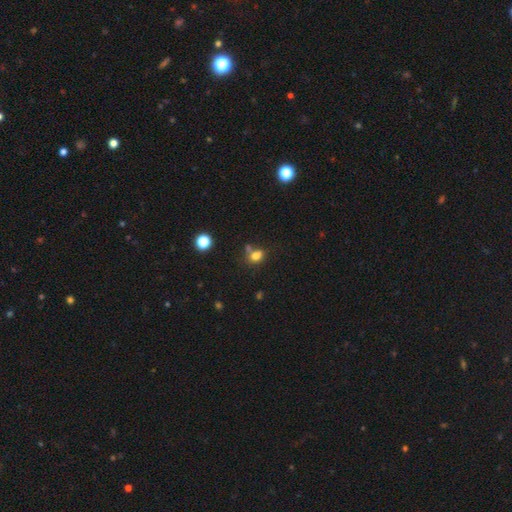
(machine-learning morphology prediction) The model was most divided on "how rounded": in between: 52%, round: 47%, cigar-shaped: 1%. More confident: smooth or featured — smooth (77%); merging — none (54%).